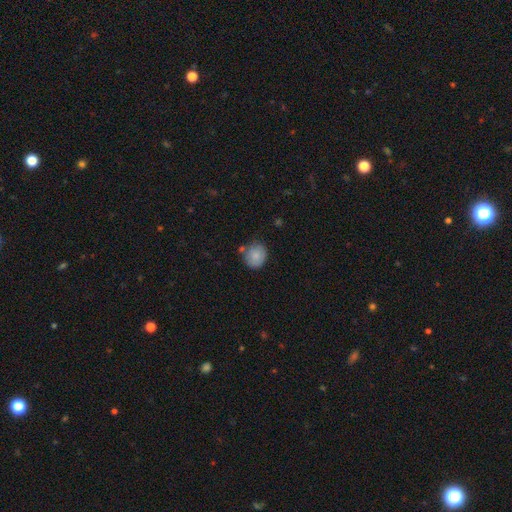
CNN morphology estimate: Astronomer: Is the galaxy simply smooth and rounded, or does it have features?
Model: smooth — 84%.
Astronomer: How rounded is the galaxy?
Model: round — 73%.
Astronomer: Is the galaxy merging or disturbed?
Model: none — 71%.